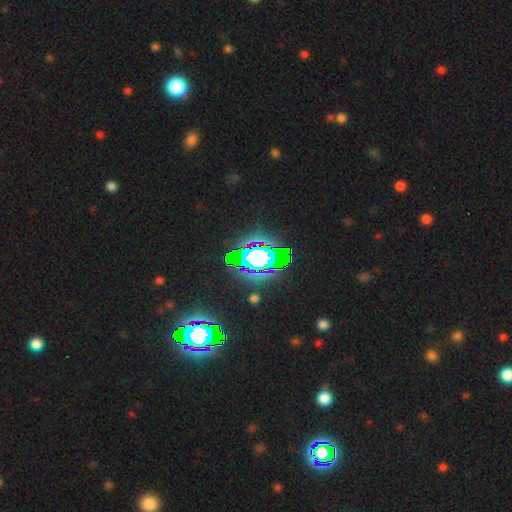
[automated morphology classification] star or artifact 64%, smooth 18%, featured or disk 18%.